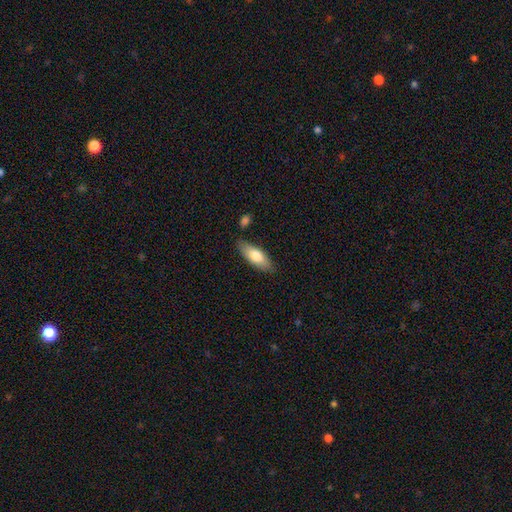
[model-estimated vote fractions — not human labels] Smooth or featured? smooth (75%)
How rounded? in between (73%)
Merging? none (81%)